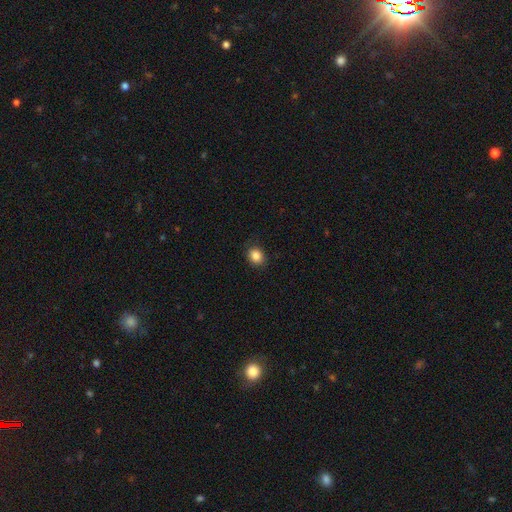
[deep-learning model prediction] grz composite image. It shows a smooth galaxy with no disk features (86%) that is round (62%). Merging: none (85%).